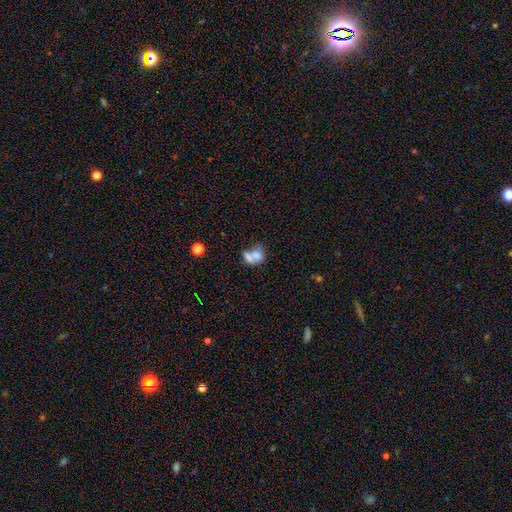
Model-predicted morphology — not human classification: Smooth or featured: smooth — 66% (featured or disk — 23%)
How rounded: in between — 56% (round — 41%)
Merging: merger — 64% (none — 21%)